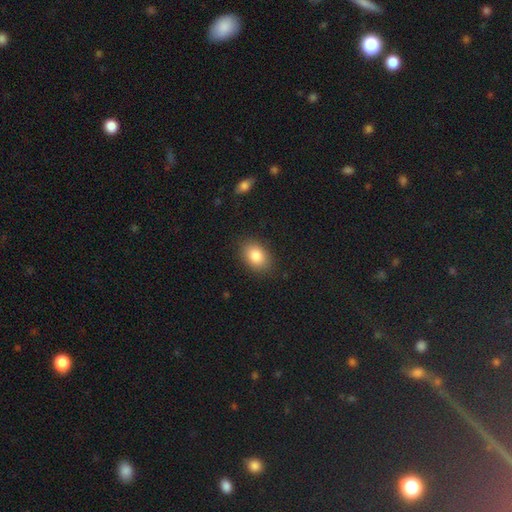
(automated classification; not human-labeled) smooth_or_featured: smooth (p=0.84) [alt: star or artifact p=0.08]
how_rounded: in between (p=0.81) [alt: round p=0.18]
merging: none (p=0.86) [alt: minor disturbance p=0.10]